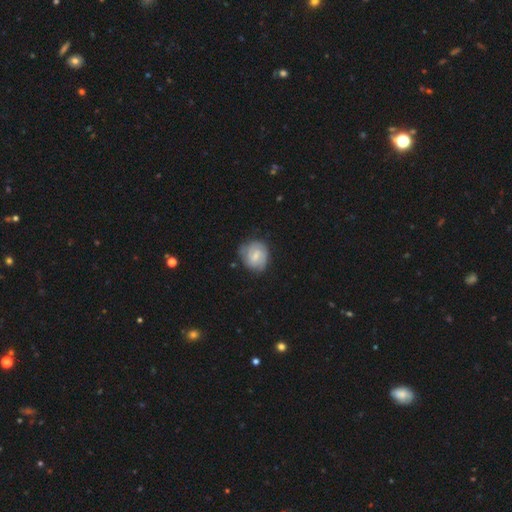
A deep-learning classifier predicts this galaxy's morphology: Smooth or featured?
  - featured or disk: 57% *
  - smooth: 37%
  - star or artifact: 6%
Edge-on disk?
  - no: 98% *
  - yes: 2%
Bar?
  - weak: 57% *
  - no: 30%
  - strong: 13%
Spiral arms?
  - yes: 86% *
  - no: 14%
Bulge size?
  - small: 50% *
  - moderate: 33%
  - none: 13%
  - large: 3%
  - dominant: 1%
Merging?
  - none: 68% *
  - minor disturbance: 22%
  - major disturbance: 7%
  - merger: 2%